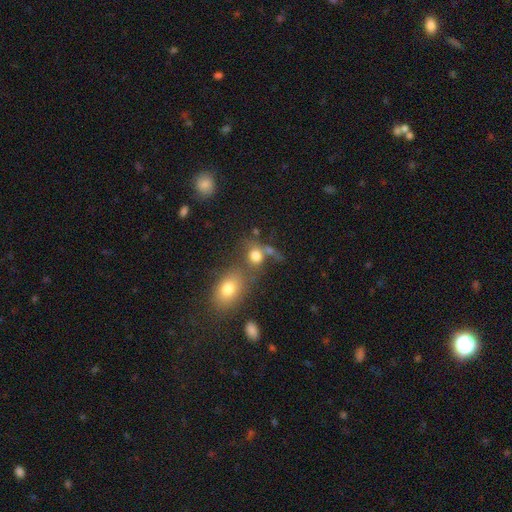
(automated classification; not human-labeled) A smooth galaxy with no disk features (74%) that is round (55%). Merging: none (39%, tied with merger).